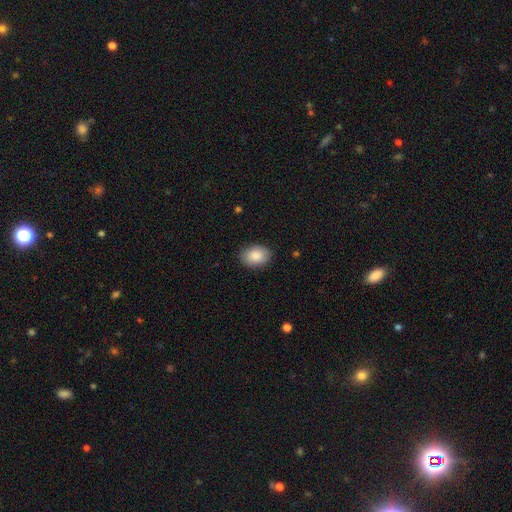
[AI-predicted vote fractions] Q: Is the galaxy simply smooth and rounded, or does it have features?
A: smooth — 87%.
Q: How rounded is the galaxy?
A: in between — 77%.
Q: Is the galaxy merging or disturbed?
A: none — 86%.